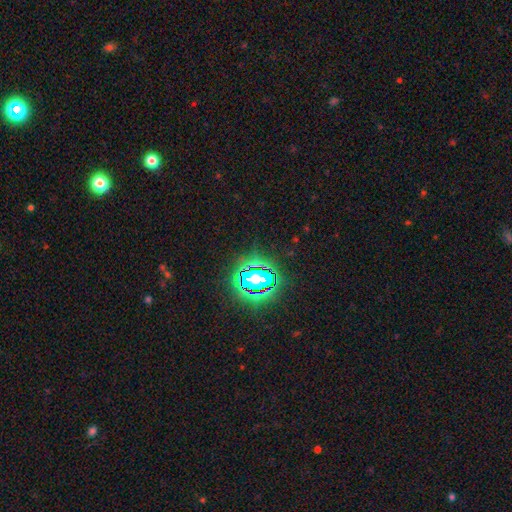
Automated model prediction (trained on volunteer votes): Overall: star or artifact (83%).